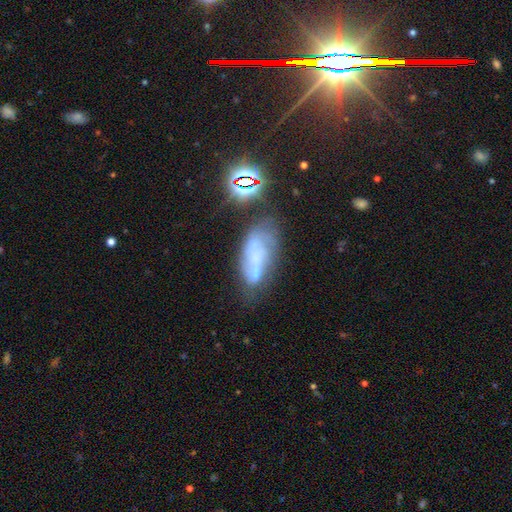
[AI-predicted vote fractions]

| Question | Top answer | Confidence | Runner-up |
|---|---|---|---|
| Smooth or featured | featured or disk | 47% | smooth (35%) |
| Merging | none | 42% | minor disturbance (24%) |